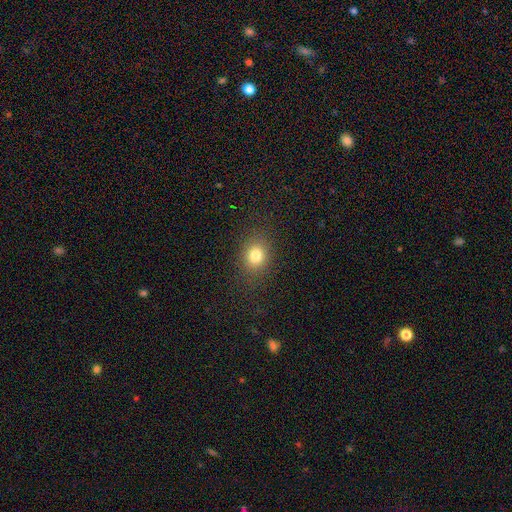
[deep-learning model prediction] A smooth galaxy with no disk features (80%) that is round (61%).

Vote fractions:
- Smooth or featured? smooth: 80% / star or artifact: 13% / featured or disk: 7%
- How rounded? round: 61% / in between: 38% / cigar-shaped: 1%
- Merging? none: 86% / minor disturbance: 9% / major disturbance: 4% / merger: 1%